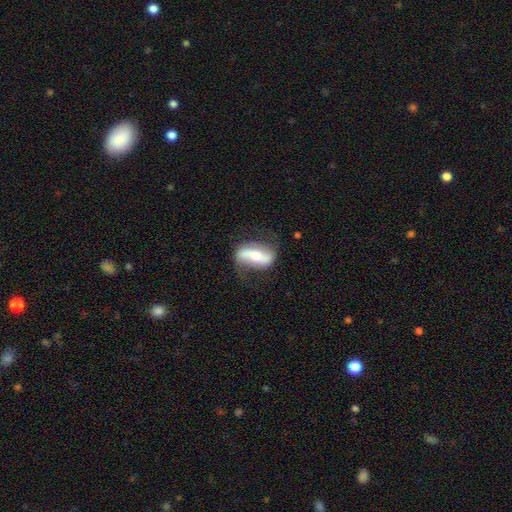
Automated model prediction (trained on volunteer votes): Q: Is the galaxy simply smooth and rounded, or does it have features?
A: featured or disk — 69%.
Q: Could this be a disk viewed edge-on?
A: no — 85%.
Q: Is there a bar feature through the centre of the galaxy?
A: strong — 57%.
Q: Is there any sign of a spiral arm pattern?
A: yes — 78%.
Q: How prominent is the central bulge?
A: moderate — 61%.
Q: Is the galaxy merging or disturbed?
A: none — 67%.